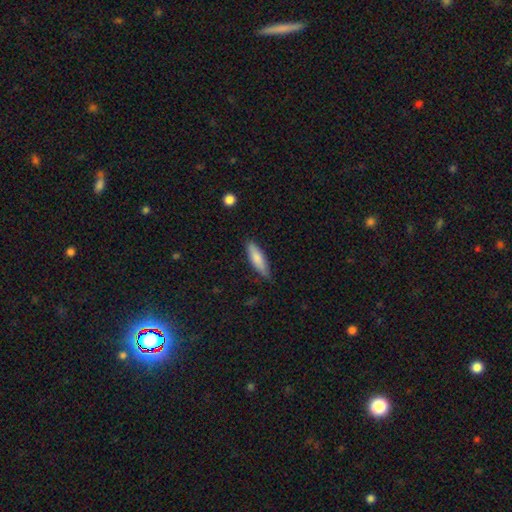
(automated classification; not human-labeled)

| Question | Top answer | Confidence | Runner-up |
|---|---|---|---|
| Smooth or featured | smooth | 79% | featured or disk (16%) |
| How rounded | cigar-shaped | 59% | in between (39%) |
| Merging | none | 79% | minor disturbance (17%) |